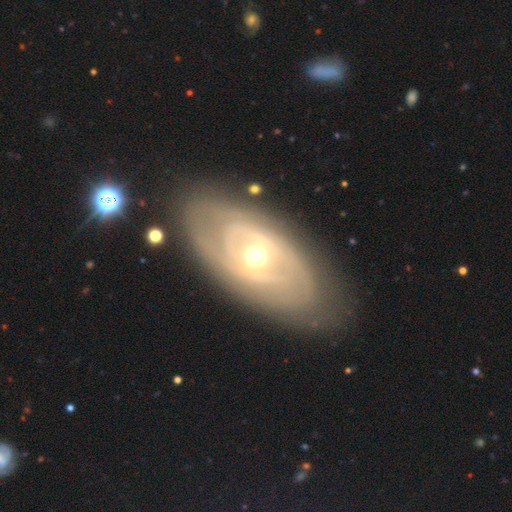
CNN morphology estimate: Smooth or featured: featured or disk — 80% (smooth — 15%)
Edge-on disk: no — 91% (yes — 9%)
Bar: no — 65% (weak — 25%)
Spiral arms: yes — 67% (no — 33%)
Bulge size: moderate — 54% (small — 41%)
Merging: none — 81% (minor disturbance — 13%)